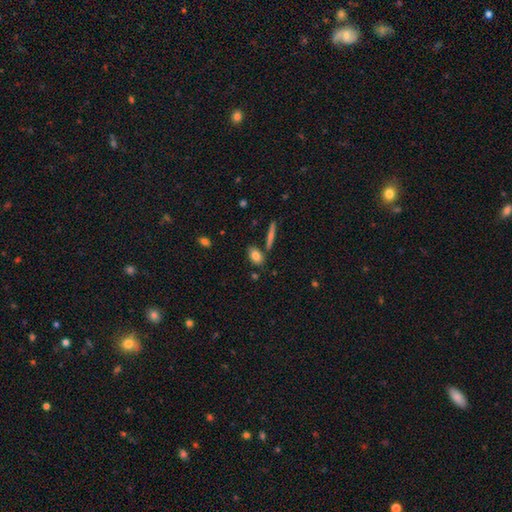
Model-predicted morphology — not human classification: Overall: smooth (81%). How rounded: in between (79%). Merging: none (74%).